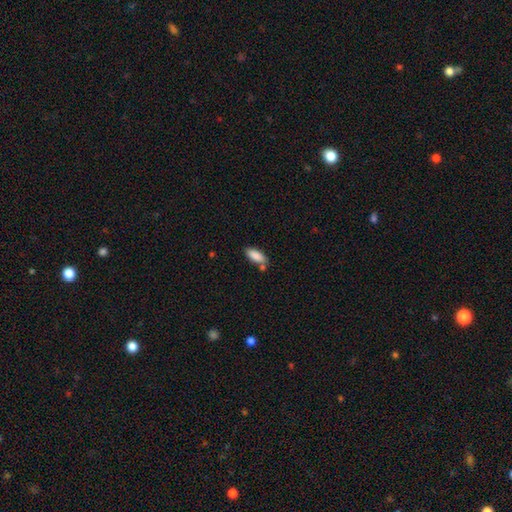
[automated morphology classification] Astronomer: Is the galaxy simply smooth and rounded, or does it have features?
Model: smooth — 87%.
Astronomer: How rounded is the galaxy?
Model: in between — 77%.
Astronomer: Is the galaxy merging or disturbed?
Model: none — 68%.